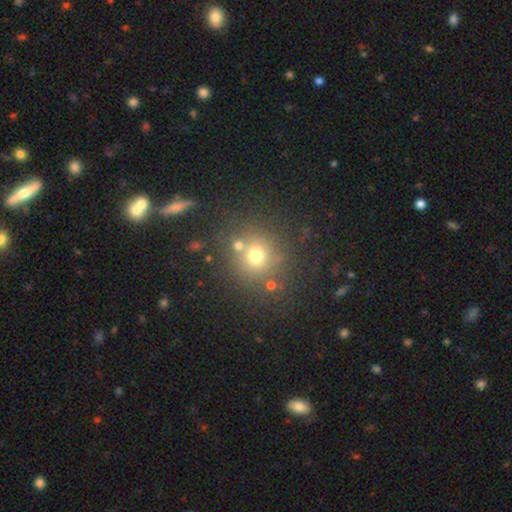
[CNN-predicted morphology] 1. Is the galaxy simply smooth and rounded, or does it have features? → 66% smooth, 22% star or artifact, 12% featured or disk.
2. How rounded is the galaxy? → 88% round, 11% in between, 1% cigar-shaped.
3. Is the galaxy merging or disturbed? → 70% none, 15% merger, 10% minor disturbance, 5% major disturbance.